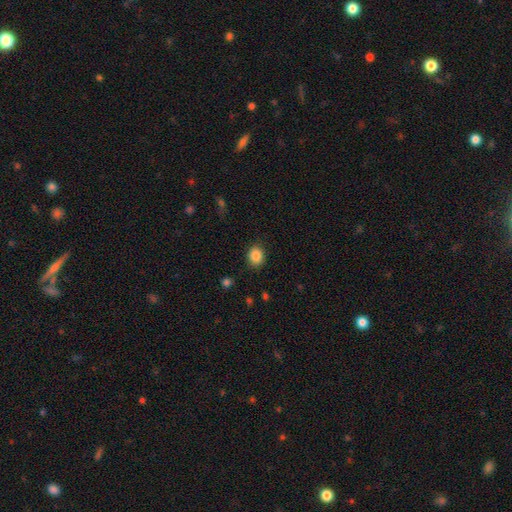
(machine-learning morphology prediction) The model was most divided on "how rounded": round: 65%, in between: 34%, cigar-shaped: 1%. More confident: merging — none (87%); smooth or featured — smooth (86%).